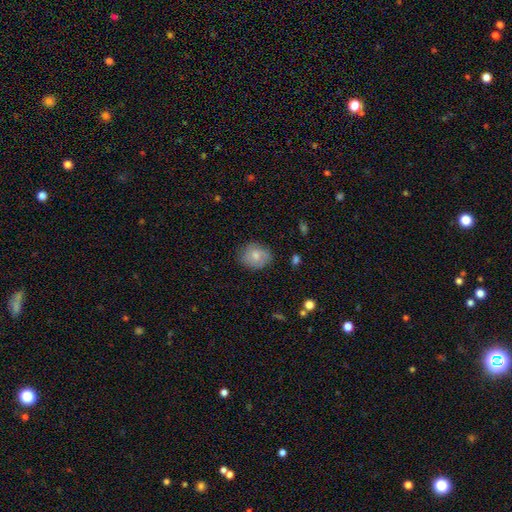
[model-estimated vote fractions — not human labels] Q: Smooth or featured?
A: smooth (68%); runner-up: featured or disk (24%)
Q: How rounded?
A: round (58%); runner-up: in between (41%)
Q: Merging?
A: none (74%); runner-up: minor disturbance (20%)